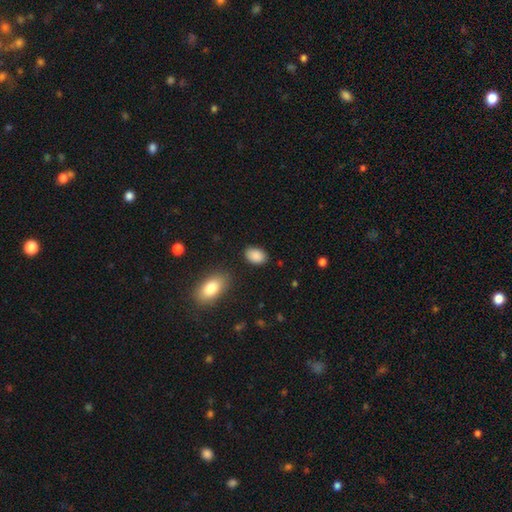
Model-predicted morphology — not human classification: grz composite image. It shows a smooth galaxy with no disk features (89%) that is in between round and cigar-shaped (88%). Merging: none (84%).